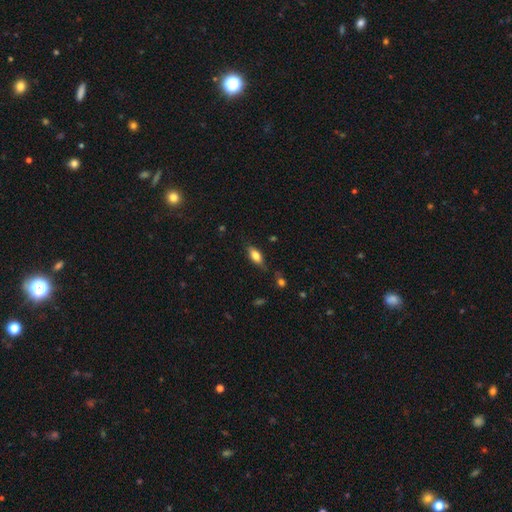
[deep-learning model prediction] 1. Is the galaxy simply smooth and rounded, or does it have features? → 73% smooth, 19% featured or disk, 8% star or artifact.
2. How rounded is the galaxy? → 80% in between, 16% cigar-shaped, 4% round.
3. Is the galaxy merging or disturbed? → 69% none, 21% minor disturbance, 6% major disturbance, 3% merger.